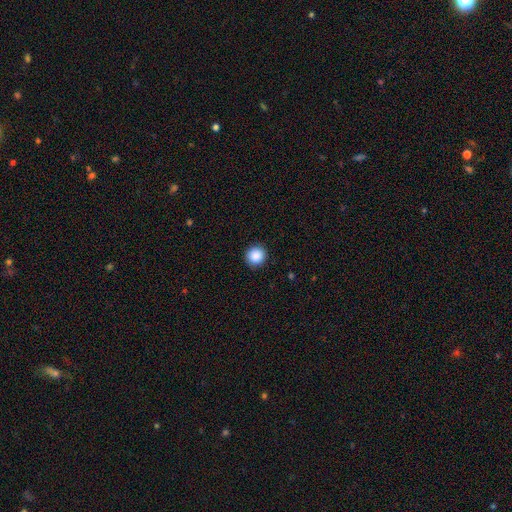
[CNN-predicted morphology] Smooth or featured?
  - smooth: 88% *
  - star or artifact: 9%
  - featured or disk: 3%
How rounded?
  - round: 94% *
  - in between: 5%
  - cigar-shaped: 1%
Merging?
  - none: 92% *
  - minor disturbance: 6%
  - major disturbance: 2%
  - merger: 1%